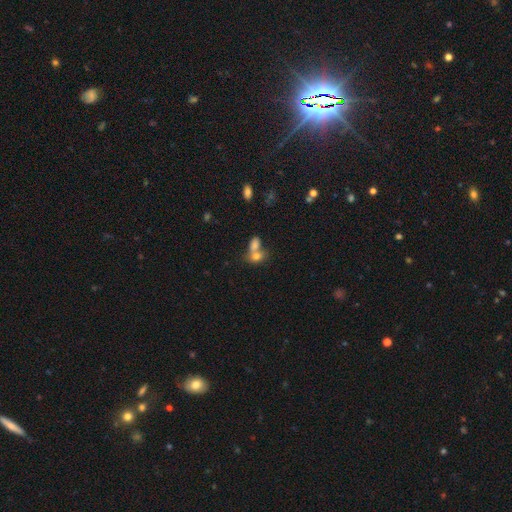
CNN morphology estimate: This is likely a smooth galaxy (76%). How rounded: likely in between (71%). Merging: likely merger (65%).